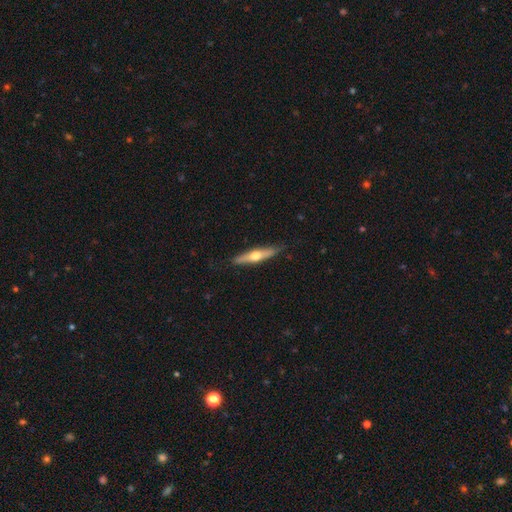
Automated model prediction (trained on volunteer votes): This is possibly a featured or disk galaxy (55%). It is clearly viewed edge-on (94%). Edge-on bulge: clearly rounded (93%). Merging: clearly none (86%).